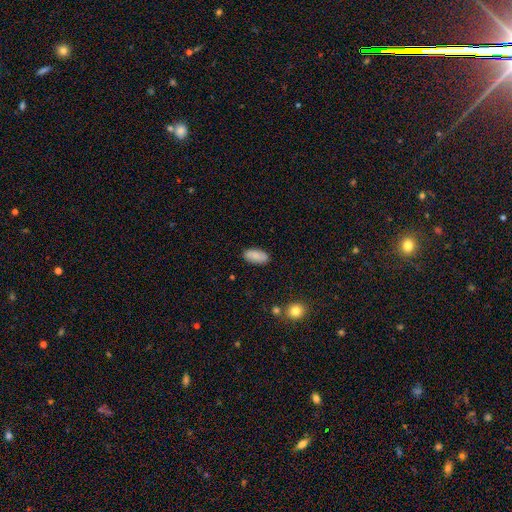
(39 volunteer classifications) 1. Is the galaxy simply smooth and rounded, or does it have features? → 92% smooth, 5% featured or disk, 3% star or artifact.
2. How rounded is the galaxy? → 100% in between, 0% round, 0% cigar-shaped.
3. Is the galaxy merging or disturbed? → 89% none, 11% minor disturbance, 0% major disturbance, 0% merger.